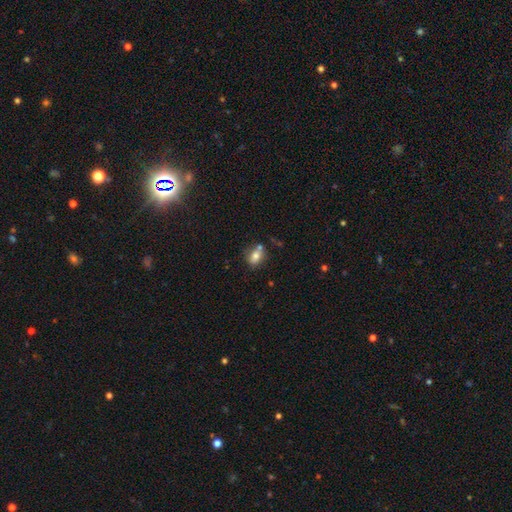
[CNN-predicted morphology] Smooth or featured?
  - smooth: 71% *
  - featured or disk: 19%
  - star or artifact: 11%
How rounded?
  - in between: 64% *
  - round: 33%
  - cigar-shaped: 3%
Merging?
  - none: 56% *
  - merger: 22%
  - minor disturbance: 18%
  - major disturbance: 5%